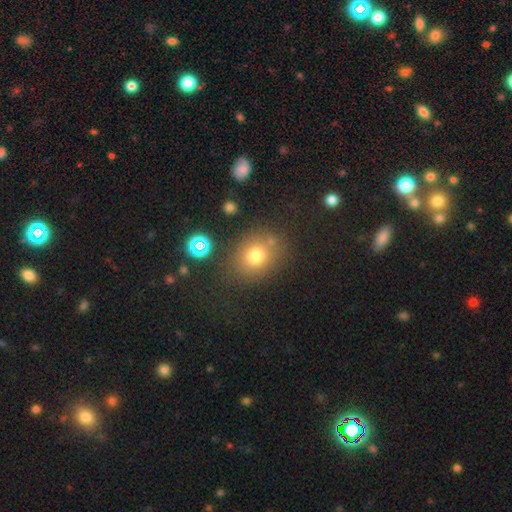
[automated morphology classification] smooth-or-featured: smooth: 74% | star or artifact: 16% | featured or disk: 10%
  how-rounded: round: 55% | in between: 44% | cigar-shaped: 1%
  merging: none: 75% | minor disturbance: 13% | merger: 6% | major disturbance: 6%